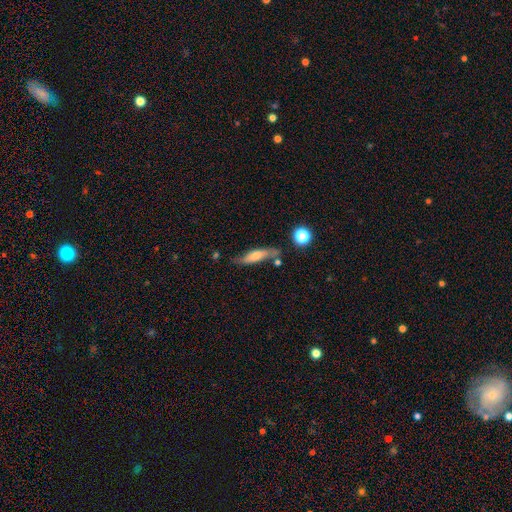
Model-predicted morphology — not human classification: A smooth galaxy with no disk features (58%) that is cigar-shaped (68%). Merging: none (63%).